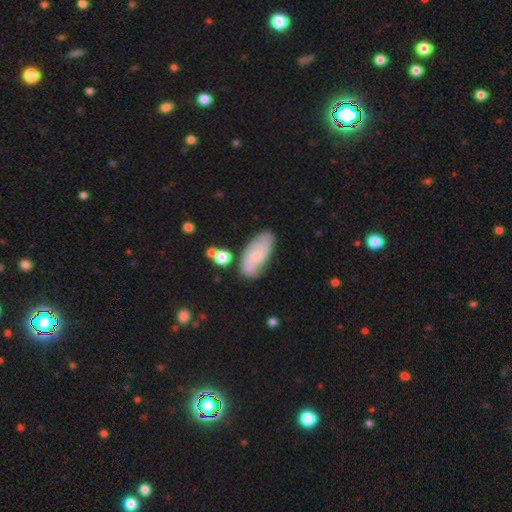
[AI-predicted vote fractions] Smooth or featured?
  - smooth: 48% *
  - featured or disk: 45%
  - star or artifact: 7%
Merging?
  - none: 65% *
  - minor disturbance: 22%
  - merger: 7%
  - major disturbance: 6%